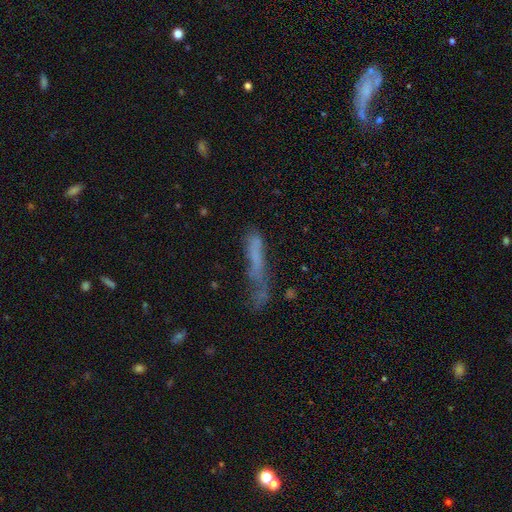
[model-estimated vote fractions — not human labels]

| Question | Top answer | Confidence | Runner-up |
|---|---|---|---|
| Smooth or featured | smooth | 54% | featured or disk (31%) |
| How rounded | cigar-shaped | 87% | in between (11%) |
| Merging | none | 37% | major disturbance (27%) |